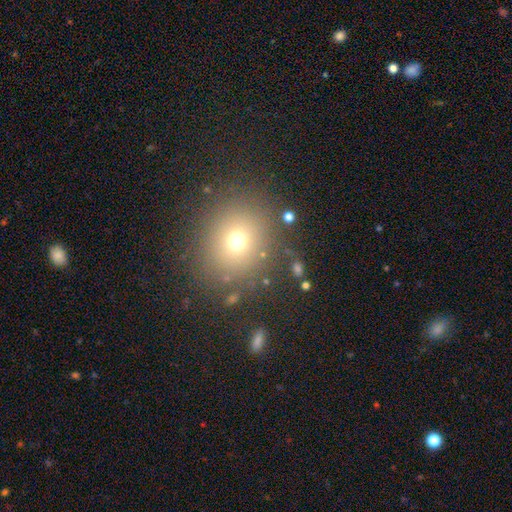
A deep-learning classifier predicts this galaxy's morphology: smooth 62%, star or artifact 28%, featured or disk 10%. Down the decision tree: how rounded — round (82%); merging — none (86%).